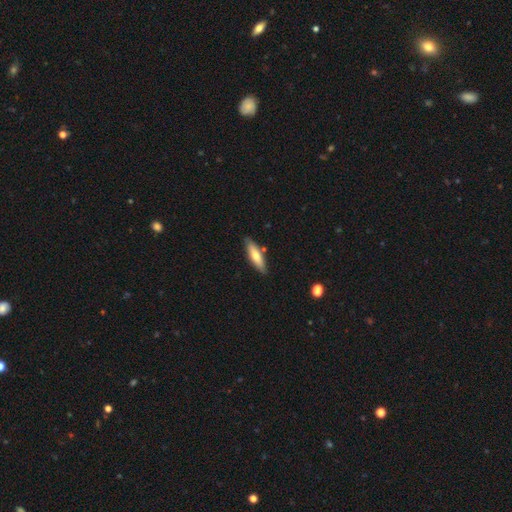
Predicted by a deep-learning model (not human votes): Smooth or featured?
  - smooth: 64% *
  - featured or disk: 30%
  - star or artifact: 6%
How rounded?
  - cigar-shaped: 63% *
  - in between: 35%
  - round: 2%
Merging?
  - none: 84% *
  - minor disturbance: 11%
  - merger: 4%
  - major disturbance: 2%